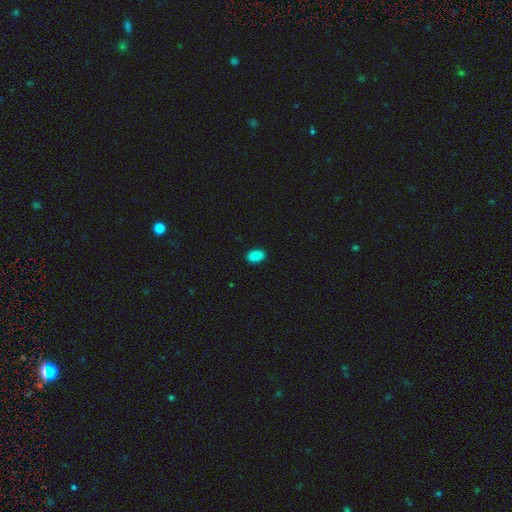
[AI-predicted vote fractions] A smooth galaxy with no disk features (88%) that is in between round and cigar-shaped (86%). Merging: none (90%).